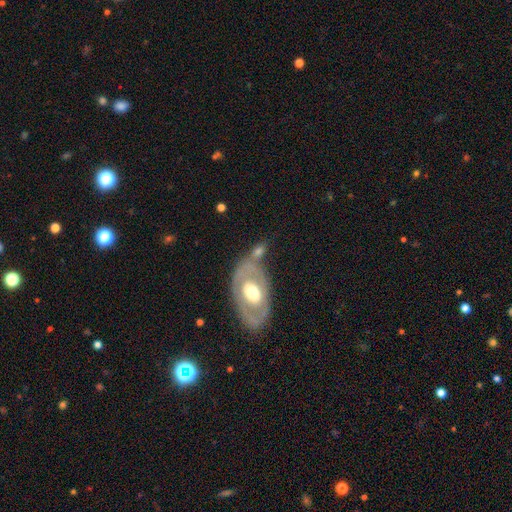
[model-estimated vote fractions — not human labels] Smooth or featured? featured or disk (63%)
Edge-on disk? no (89%)
Bar? no (72%)
Spiral arms? no (68%)
Bulge size? moderate (66%)
Merging? none (56%)